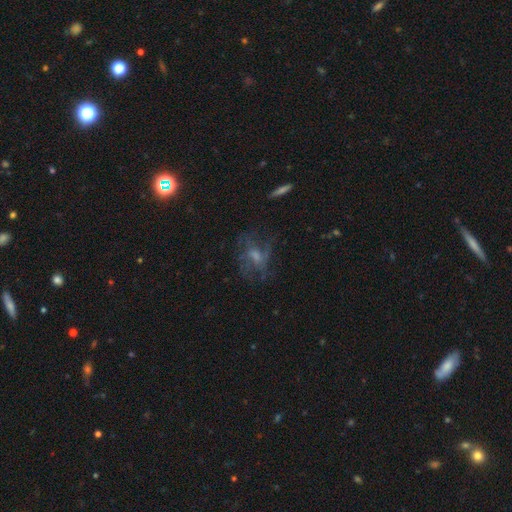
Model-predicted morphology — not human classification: Overall: featured or disk (58%; smooth 26%). Edge-on disk: no (95%). Bar: no (57%; weak 36%). Spiral arms: yes (62%; no 38%). Bulge size: moderate (41%; small 31%). Merging: none (58%; major disturbance 23%).